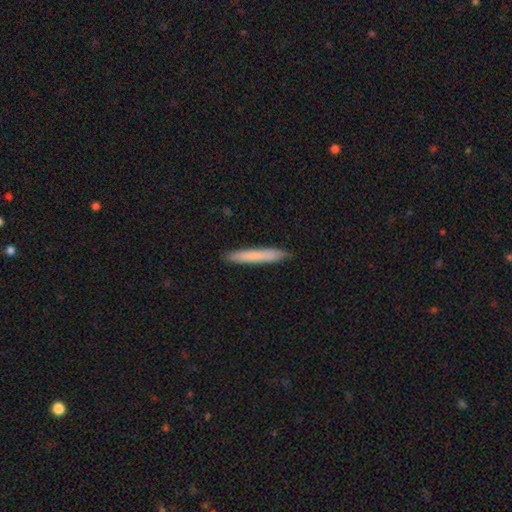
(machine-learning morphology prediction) The model was most divided on "smooth or featured": smooth: 76%, featured or disk: 18%, star or artifact: 6%. More confident: how rounded — cigar-shaped (96%); merging — none (90%).